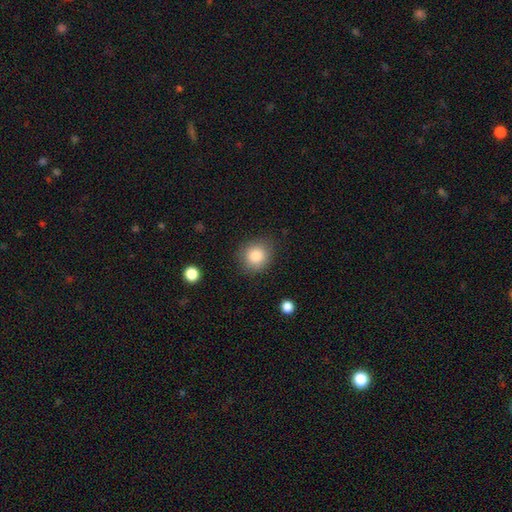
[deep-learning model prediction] Smooth or featured?
  - smooth: 85% *
  - star or artifact: 9%
  - featured or disk: 5%
How rounded?
  - round: 84% *
  - in between: 15%
  - cigar-shaped: 1%
Merging?
  - none: 83% *
  - minor disturbance: 12%
  - major disturbance: 4%
  - merger: 1%